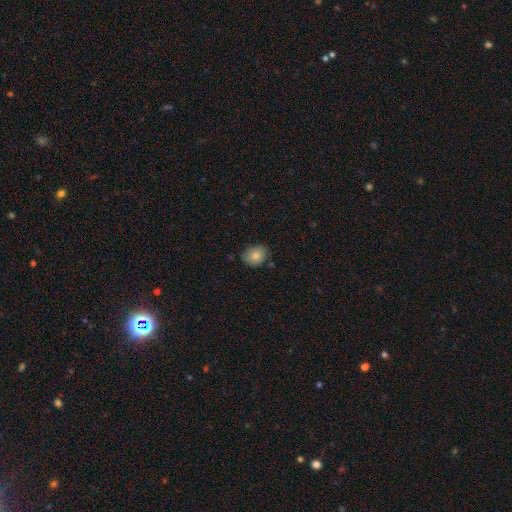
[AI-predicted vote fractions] This appears to be a smooth galaxy with no disk features (83%) that is in between round and cigar-shaped (55%). Merging: none (76%).